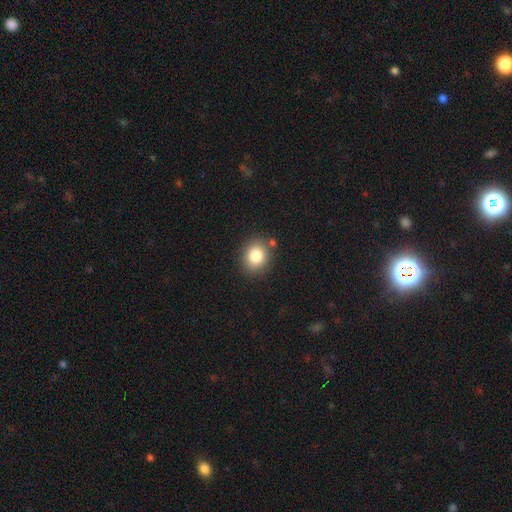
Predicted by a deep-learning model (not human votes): Morphology: type=smooth (82%); roundness=round (63%); merging=none (83%).